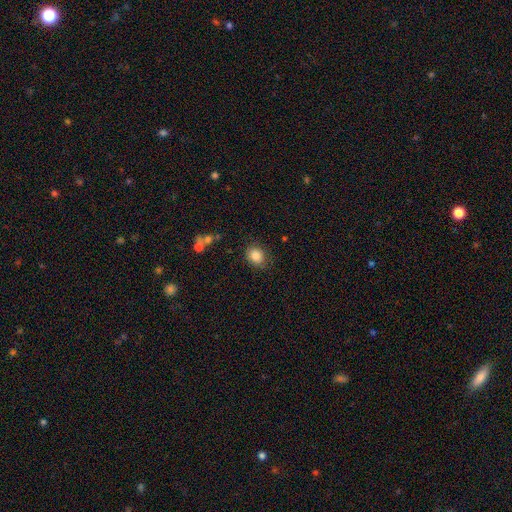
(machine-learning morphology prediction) Smooth or featured: smooth — 85% (star or artifact — 9%)
How rounded: round — 64% (in between — 35%)
Merging: none — 82% (minor disturbance — 13%)